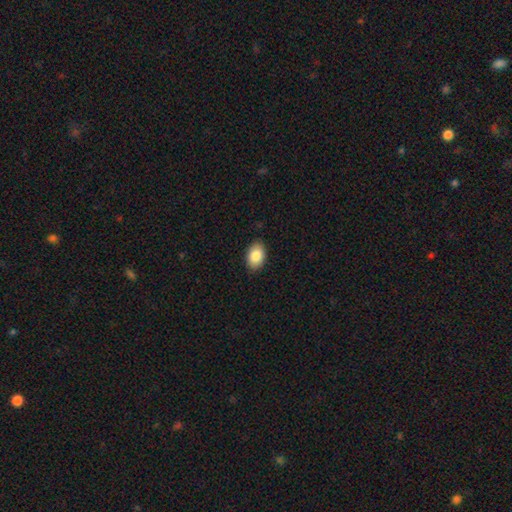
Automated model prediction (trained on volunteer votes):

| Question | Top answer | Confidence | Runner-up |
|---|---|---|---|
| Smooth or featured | smooth | 86% | featured or disk (7%) |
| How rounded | in between | 87% | round (12%) |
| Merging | none | 87% | minor disturbance (10%) |